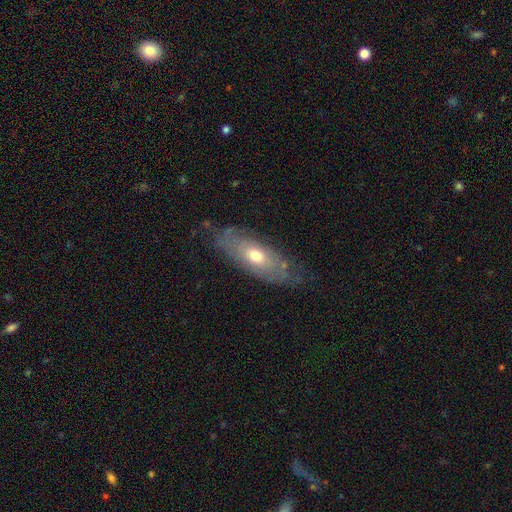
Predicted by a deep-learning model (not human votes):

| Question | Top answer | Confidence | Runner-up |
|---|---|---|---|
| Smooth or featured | featured or disk | 49% | smooth (44%) |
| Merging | none | 70% | minor disturbance (22%) |